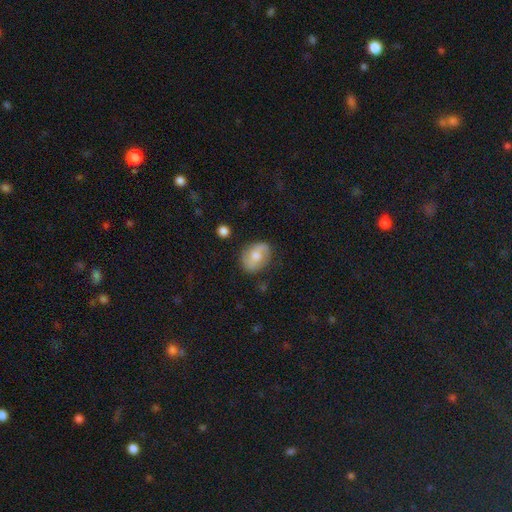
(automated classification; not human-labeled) Smooth or featured? smooth (50%)
Merging? none (73%)